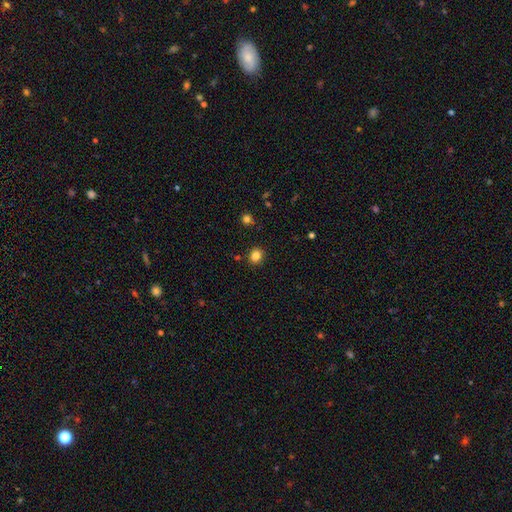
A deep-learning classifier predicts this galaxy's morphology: Smooth or featured? Predicted: smooth (p=0.84). How rounded? Predicted: round (p=0.74). Merging? Predicted: none (p=0.88).